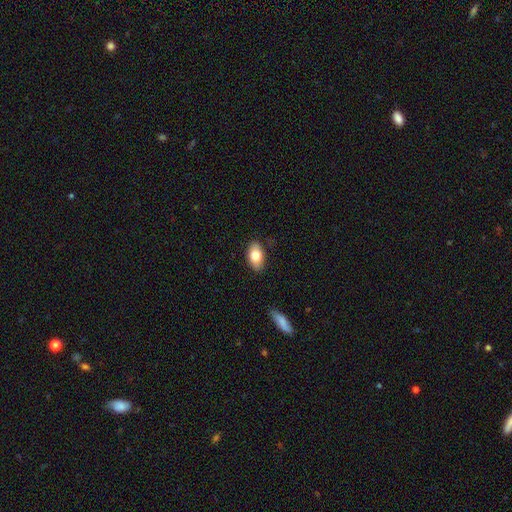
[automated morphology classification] This is likely a smooth galaxy (77%). How rounded: clearly in between (91%). Merging: clearly none (85%).